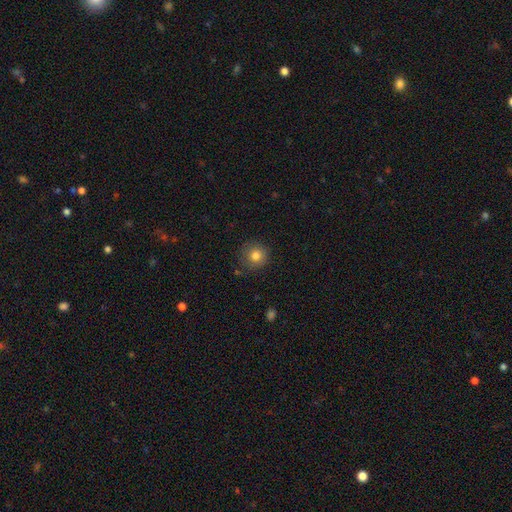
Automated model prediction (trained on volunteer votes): Morphology: type=smooth (81%); roundness=round (93%); merging=none (84%).